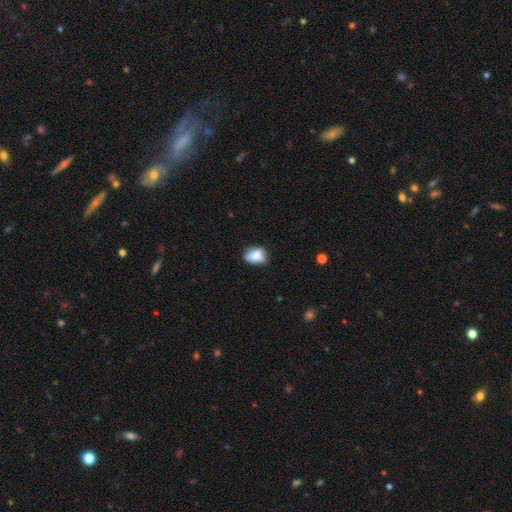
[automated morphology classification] The model was most divided on "merging": none: 61%, minor disturbance: 30%, major disturbance: 7%, merger: 2%. More confident: smooth or featured — smooth (74%); how rounded — in between (69%).